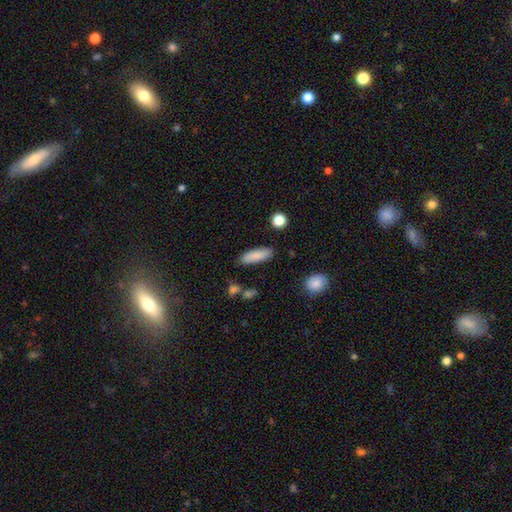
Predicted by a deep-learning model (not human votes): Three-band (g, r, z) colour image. It shows a smooth galaxy with no disk features (86%) that is cigar-shaped (51%). Merging: none (86%).